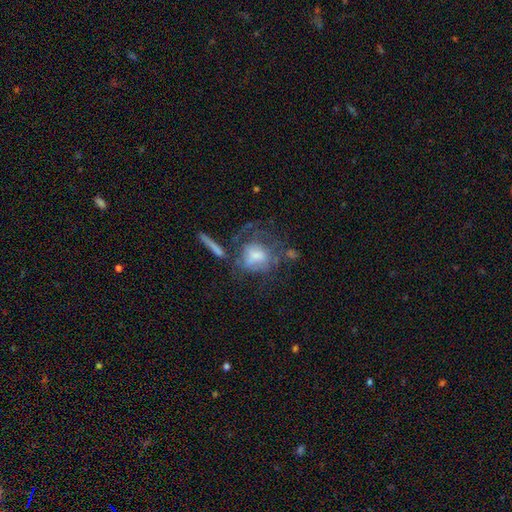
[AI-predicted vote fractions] This is possibly a smooth galaxy (50%). Merging: marginally major disturbance (39%).